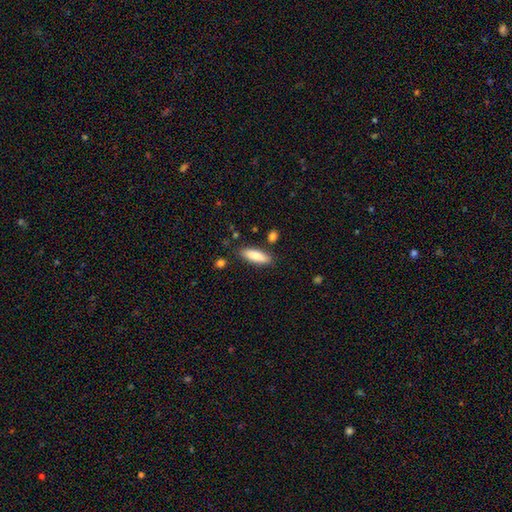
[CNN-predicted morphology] smooth_or_featured: smooth (p=0.85) [alt: featured or disk p=0.09]
how_rounded: in between (p=0.55) [alt: cigar-shaped p=0.44]
merging: none (p=0.83) [alt: minor disturbance p=0.11]